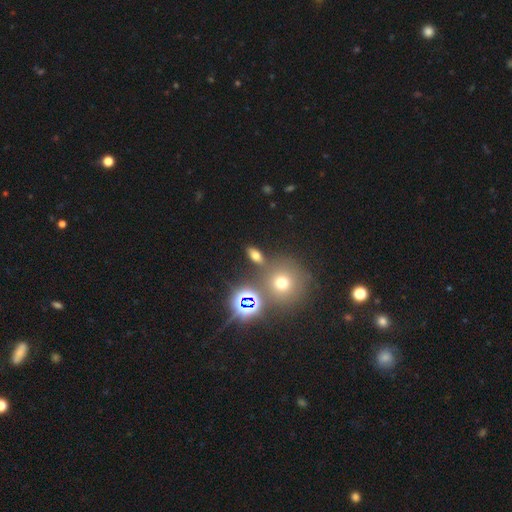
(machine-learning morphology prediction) The model was most divided on "smooth or featured": smooth: 56%, star or artifact: 31%, featured or disk: 13%. More confident: merging — none (78%); how rounded — in between (68%).